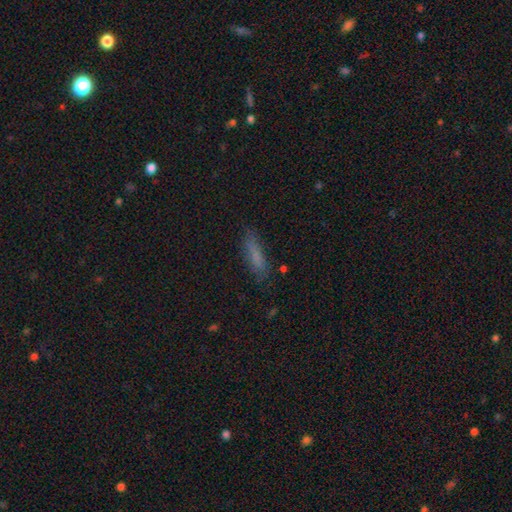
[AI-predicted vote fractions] Smooth or featured? Predicted: smooth (p=0.74). How rounded? Predicted: cigar-shaped (p=0.72). Merging? Predicted: none (p=0.77).